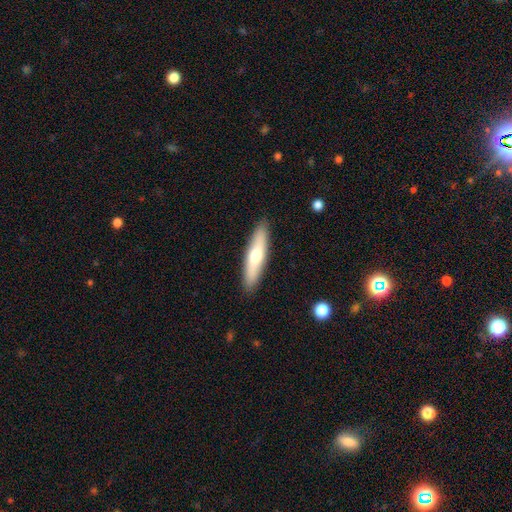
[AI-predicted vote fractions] smooth_or_featured: smooth (p=0.58) [alt: featured or disk p=0.37]
how_rounded: cigar-shaped (p=0.77) [alt: in between p=0.21]
merging: none (p=0.89) [alt: minor disturbance p=0.08]